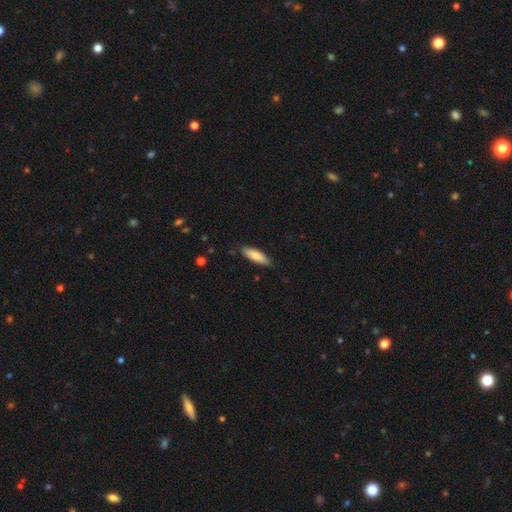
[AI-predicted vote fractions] This is clearly a smooth galaxy (80%). How rounded: possibly in between (51%). Merging: clearly none (83%).